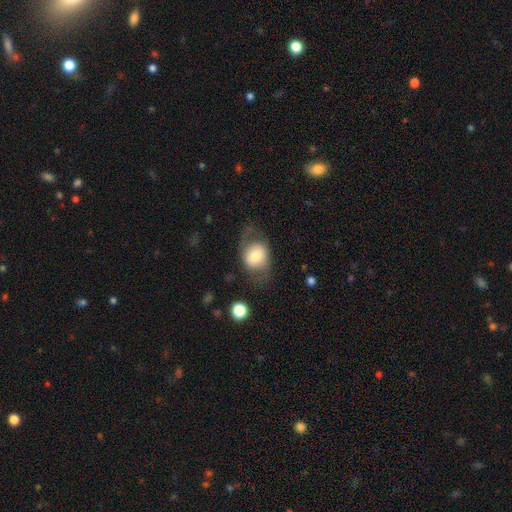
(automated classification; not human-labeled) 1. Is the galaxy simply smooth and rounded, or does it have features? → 56% smooth, 36% featured or disk, 7% star or artifact.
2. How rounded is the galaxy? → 52% round, 47% in between, 1% cigar-shaped.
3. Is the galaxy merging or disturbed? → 58% none, 21% minor disturbance, 19% major disturbance, 2% merger.